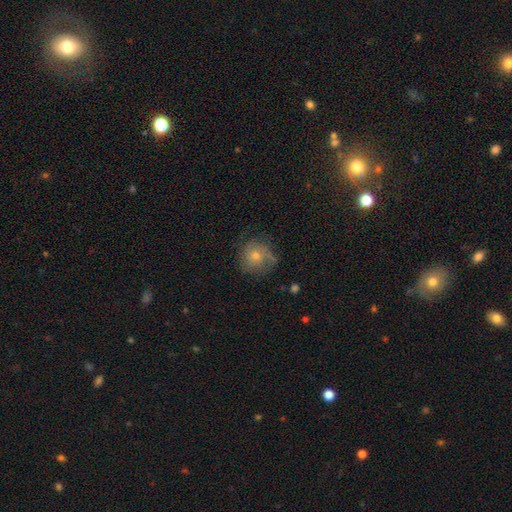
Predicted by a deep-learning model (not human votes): smooth-or-featured: featured or disk: 47% | smooth: 38% | star or artifact: 15%
  merging: none: 68% | minor disturbance: 20% | major disturbance: 10% | merger: 2%